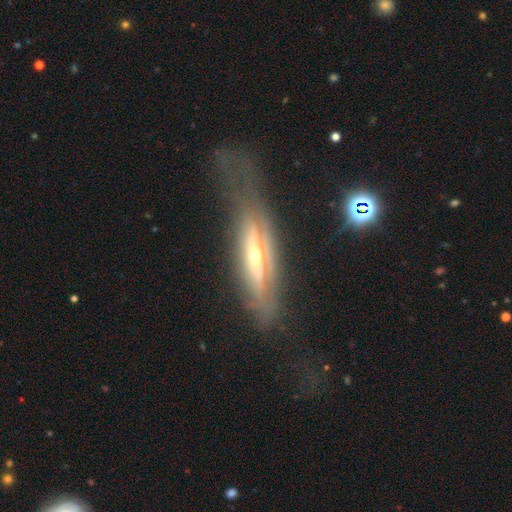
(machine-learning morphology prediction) A featured or disk galaxy (75%) viewed edge-on (73%) with a rounded central bulge (77%).

Vote fractions:
- Smooth or featured? featured or disk: 75% / smooth: 18% / star or artifact: 8%
- Edge-on disk? yes: 73% / no: 27%
- Edge-on bulge? rounded: 77% / none: 16% / boxy: 7%
- Merging? none: 43% / major disturbance: 29% / minor disturbance: 26% / merger: 2%